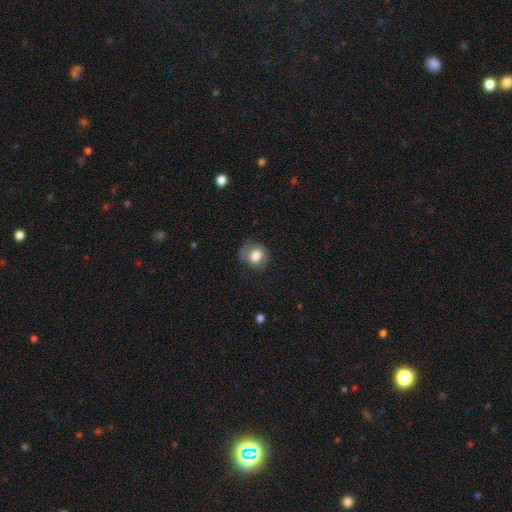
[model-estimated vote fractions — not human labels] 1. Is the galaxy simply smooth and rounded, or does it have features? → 67% smooth, 24% featured or disk, 9% star or artifact.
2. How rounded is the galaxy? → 62% round, 37% in between, 1% cigar-shaped.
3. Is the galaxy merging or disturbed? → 63% none, 23% minor disturbance, 12% major disturbance, 1% merger.